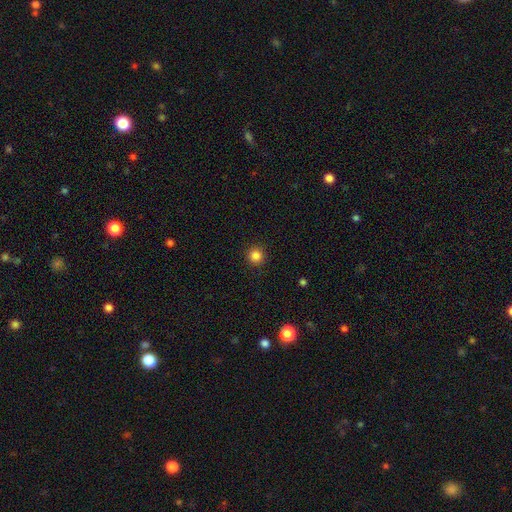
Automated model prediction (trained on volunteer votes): Morphology: type=smooth (84%); roundness=round (95%); merging=none (92%).